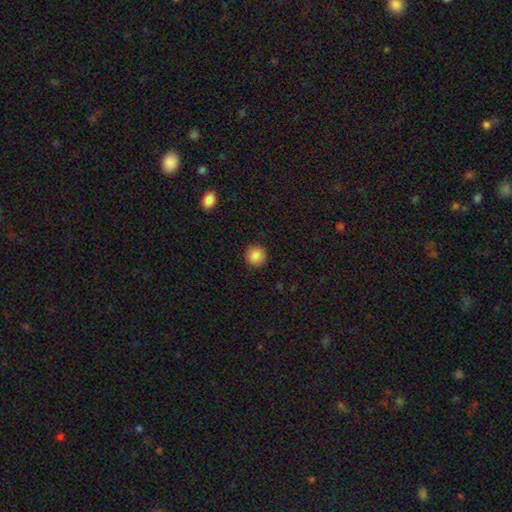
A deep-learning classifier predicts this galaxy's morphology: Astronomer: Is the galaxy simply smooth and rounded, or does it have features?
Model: smooth — 88%.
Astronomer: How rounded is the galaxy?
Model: round — 94%.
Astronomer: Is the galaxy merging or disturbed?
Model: none — 91%.